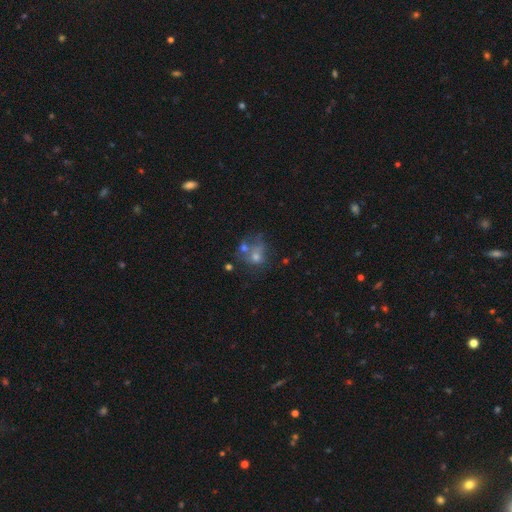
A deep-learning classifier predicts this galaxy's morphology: Smooth or featured? Predicted: smooth (p=0.44). Merging? Predicted: none (p=0.37).